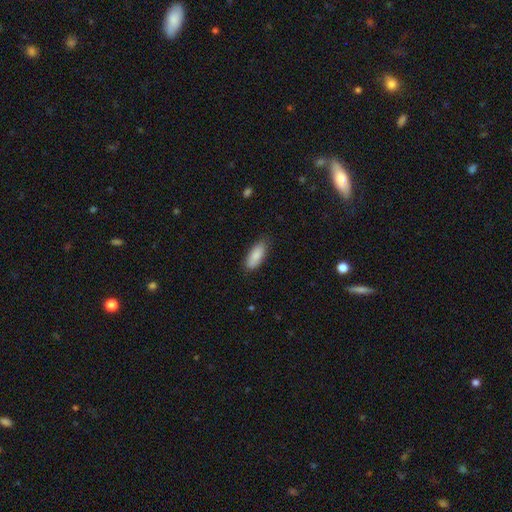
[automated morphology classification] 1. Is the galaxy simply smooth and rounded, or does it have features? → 87% smooth, 7% featured or disk, 6% star or artifact.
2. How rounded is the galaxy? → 80% in between, 18% cigar-shaped, 2% round.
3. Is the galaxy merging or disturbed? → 82% none, 14% minor disturbance, 3% major disturbance, 1% merger.